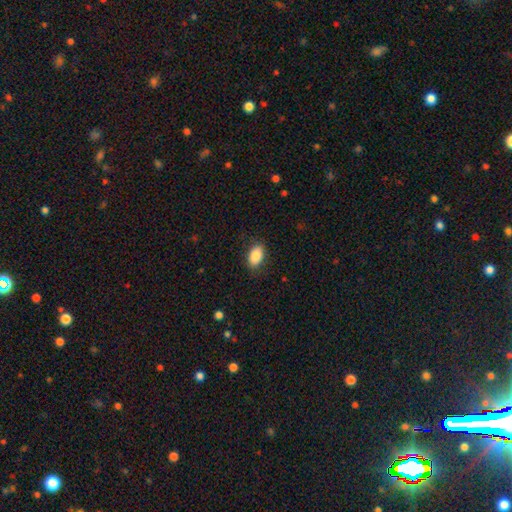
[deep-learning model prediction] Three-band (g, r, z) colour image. It shows a smooth galaxy with no disk features (86%) that is in between round and cigar-shaped (92%). Merging: none (86%).